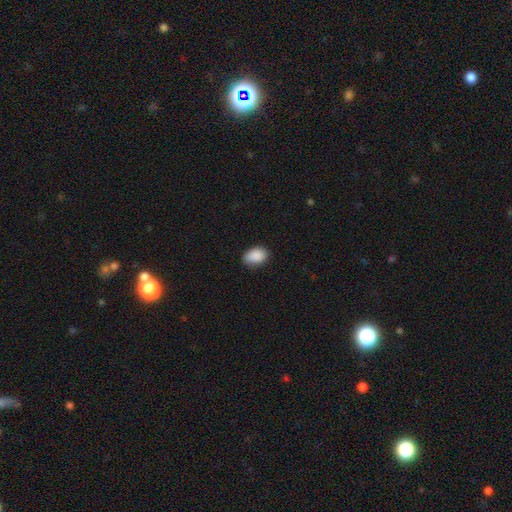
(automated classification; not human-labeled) This is clearly a smooth galaxy (90%). How rounded: clearly in between (87%). Merging: clearly none (80%).